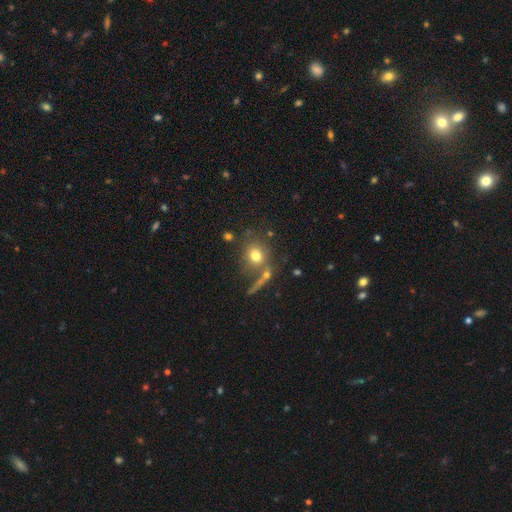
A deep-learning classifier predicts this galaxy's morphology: Smooth or featured? Predicted: smooth (p=0.72). How rounded? Predicted: round (p=0.74). Merging? Predicted: none (p=0.59).